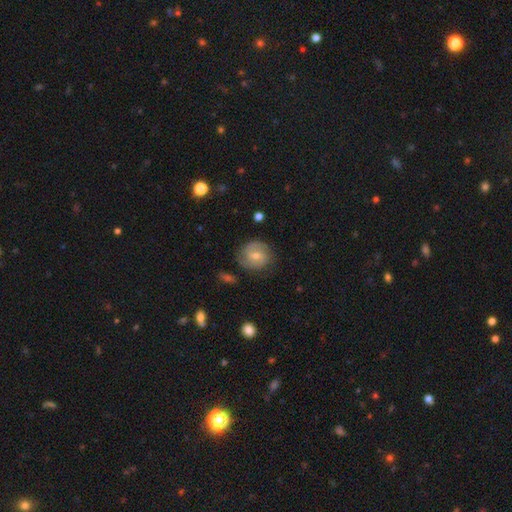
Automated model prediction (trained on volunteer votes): Smooth or featured? featured or disk (58%)
Edge-on disk? no (97%)
Bar? no (52%)
Spiral arms? yes (87%)
Bulge size? small (49%)
Merging? none (76%)